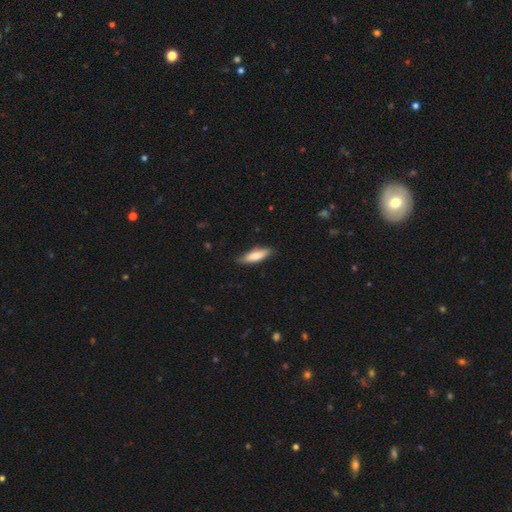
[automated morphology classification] Q: Smooth or featured?
A: smooth (74%); runner-up: featured or disk (20%)
Q: How rounded?
A: cigar-shaped (57%); runner-up: in between (41%)
Q: Merging?
A: none (84%); runner-up: minor disturbance (13%)